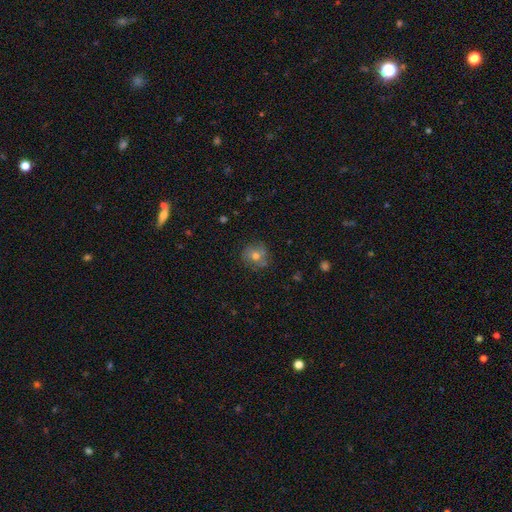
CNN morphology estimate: This appears to be a smooth galaxy with no disk features (68%) that is round (83%). Merging: none (69%).